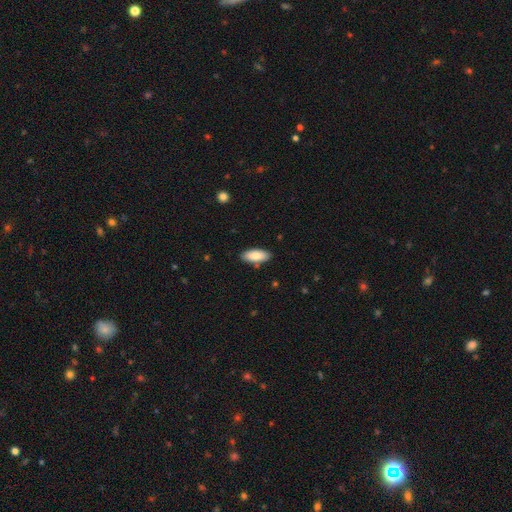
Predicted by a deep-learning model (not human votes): The model was most divided on "smooth or featured": smooth: 81%, featured or disk: 12%, star or artifact: 6%. More confident: merging — none (86%); how rounded — in between (86%).